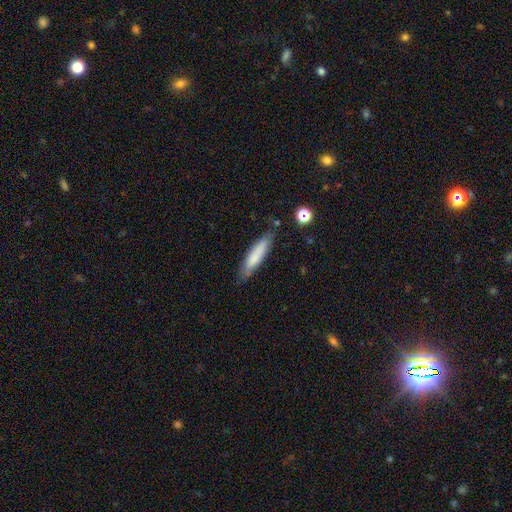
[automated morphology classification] smooth 75%, featured or disk 18%, star or artifact 7%. Down the decision tree: how rounded — cigar-shaped (82%); merging — none (78%).